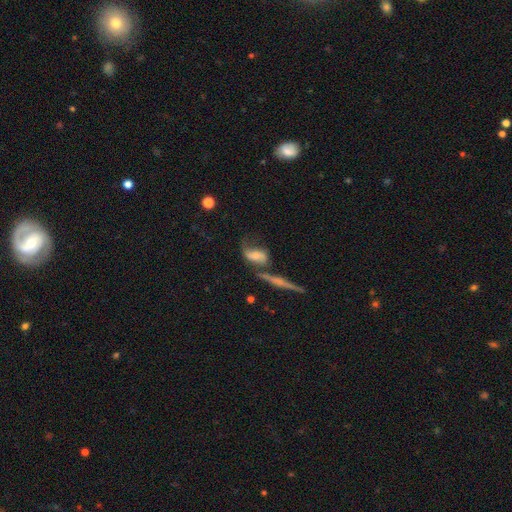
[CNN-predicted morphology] type=featured or disk (64%); edge-on=no (83%); bar=no (44%); spiral arms=yes (82%); bulge=moderate (42%); merging=none (37%).